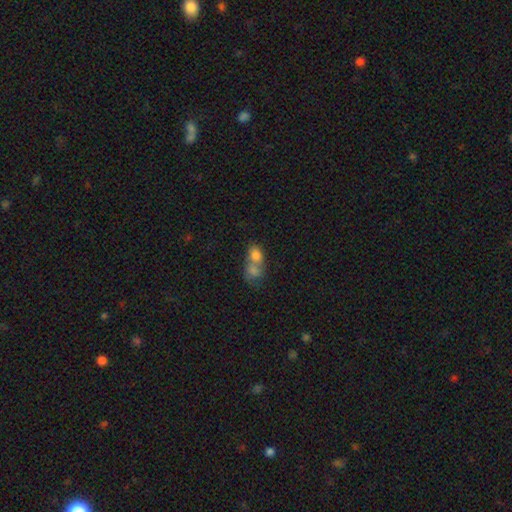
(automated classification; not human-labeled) Smooth or featured?
  - smooth: 76% *
  - featured or disk: 14%
  - star or artifact: 10%
How rounded?
  - in between: 56% *
  - round: 43%
  - cigar-shaped: 2%
Merging?
  - merger: 72% *
  - none: 17%
  - minor disturbance: 6%
  - major disturbance: 4%